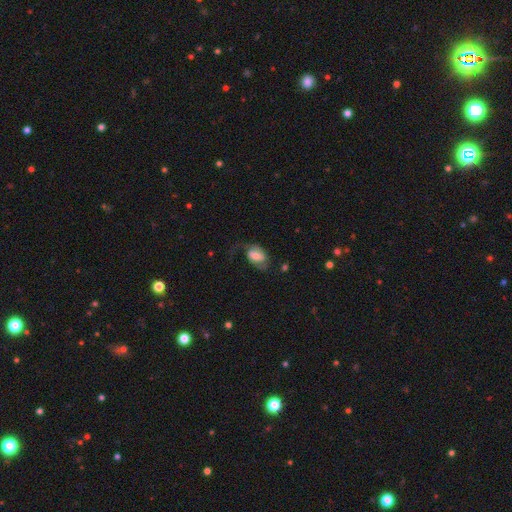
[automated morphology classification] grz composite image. It shows a featured or disk galaxy (49%). Merging: none (41%).